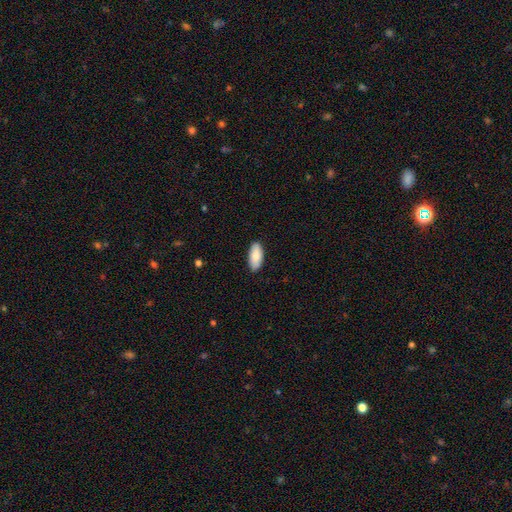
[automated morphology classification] This appears to be a smooth galaxy with no disk features (87%) that is in between round and cigar-shaped (90%). Merging: none (88%).